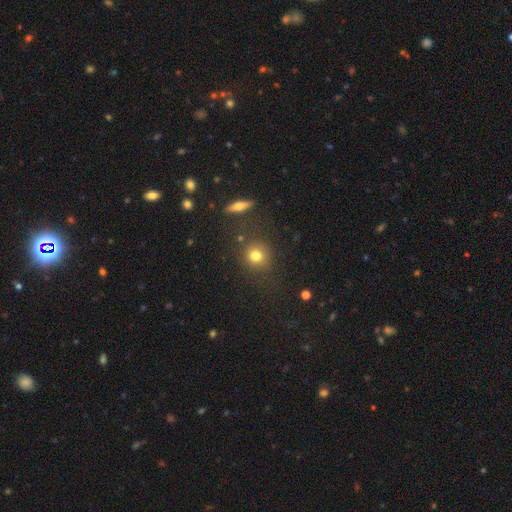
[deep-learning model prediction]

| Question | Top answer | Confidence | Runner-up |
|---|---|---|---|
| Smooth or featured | smooth | 77% | star or artifact (14%) |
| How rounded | round | 86% | in between (12%) |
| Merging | none | 80% | minor disturbance (10%) |